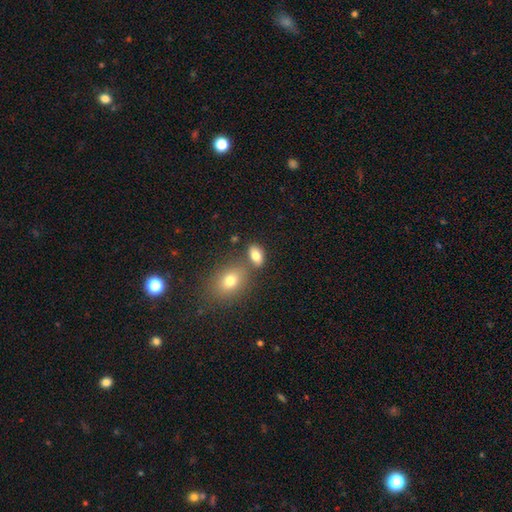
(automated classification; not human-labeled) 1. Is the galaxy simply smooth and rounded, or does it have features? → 80% smooth, 11% star or artifact, 10% featured or disk.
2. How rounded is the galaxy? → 86% in between, 12% round, 2% cigar-shaped.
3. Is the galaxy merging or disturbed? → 65% none, 19% merger, 12% minor disturbance, 4% major disturbance.